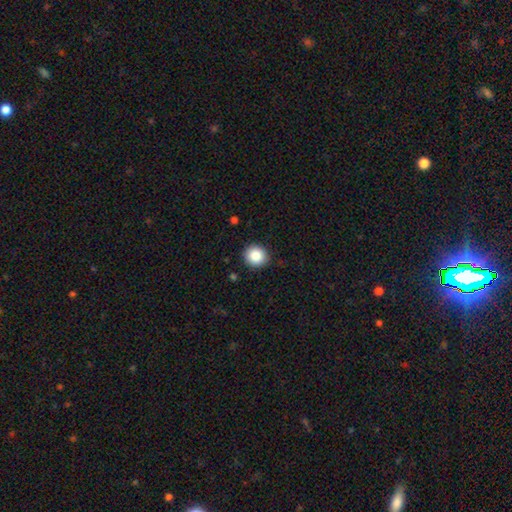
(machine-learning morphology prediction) smooth_or_featured: smooth (p=0.86) [alt: star or artifact p=0.09]
how_rounded: round (p=0.90) [alt: in between p=0.09]
merging: none (p=0.91) [alt: minor disturbance p=0.06]